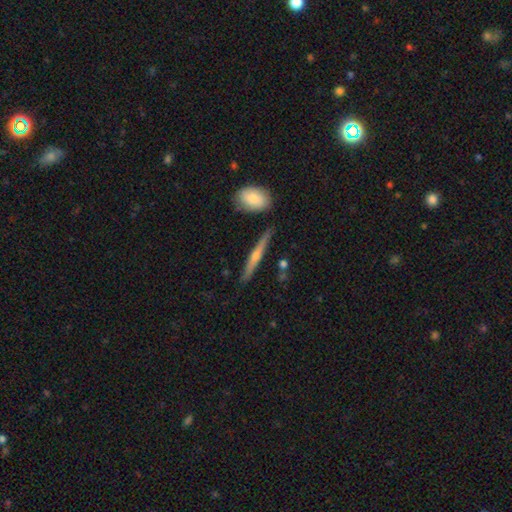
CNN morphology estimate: smooth-or-featured: featured or disk: 62% | smooth: 32% | star or artifact: 6%
  disk-edge-on: yes: 97% | no: 3%
    edge-on-bulge: rounded: 80% | none: 15% | boxy: 5%
  merging: none: 86% | minor disturbance: 9% | merger: 3% | major disturbance: 2%